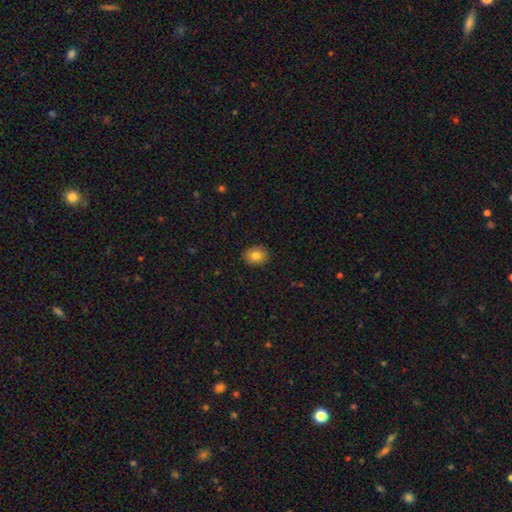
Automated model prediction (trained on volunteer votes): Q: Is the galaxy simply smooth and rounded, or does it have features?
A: smooth — 81%.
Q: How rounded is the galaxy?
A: round — 55%.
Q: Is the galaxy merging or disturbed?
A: none — 89%.